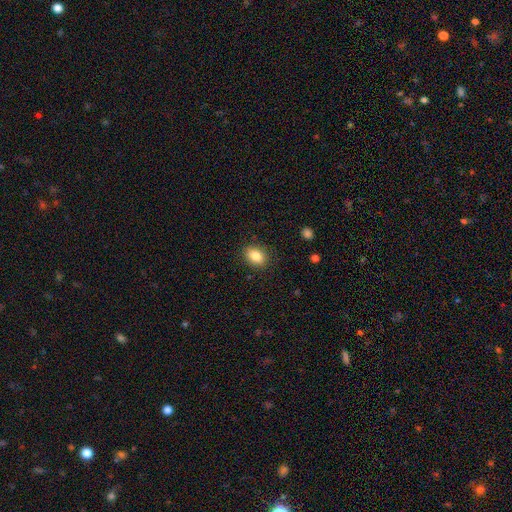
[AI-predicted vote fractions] smooth-or-featured: smooth: 84% | star or artifact: 9% | featured or disk: 7%
  how-rounded: in between: 76% | round: 23% | cigar-shaped: 2%
  merging: none: 87% | minor disturbance: 9% | major disturbance: 2% | merger: 1%